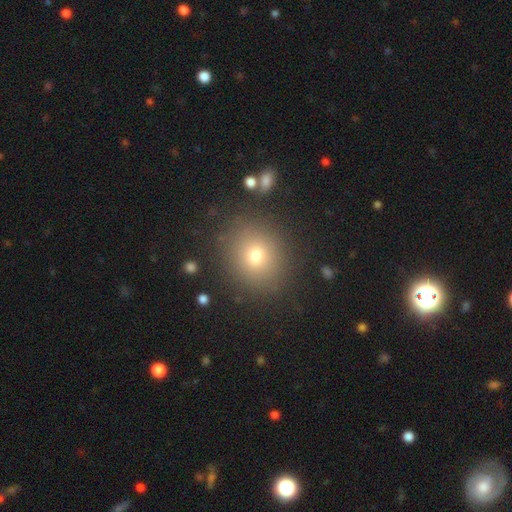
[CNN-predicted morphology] This is likely a smooth galaxy (71%). How rounded: clearly round (84%). Merging: clearly none (86%).